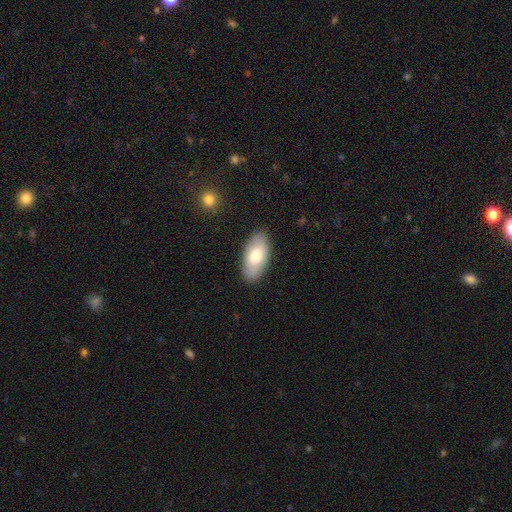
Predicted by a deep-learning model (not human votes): smooth_or_featured: smooth (p=0.71) [alt: featured or disk p=0.23]
how_rounded: in between (p=0.93) [alt: cigar-shaped p=0.04]
merging: none (p=0.87) [alt: minor disturbance p=0.09]